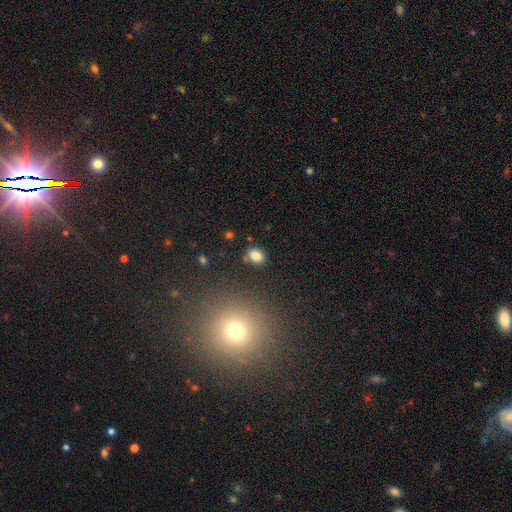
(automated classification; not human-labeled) This is clearly a smooth galaxy (82%). How rounded: likely in between (68%). Merging: clearly none (81%).